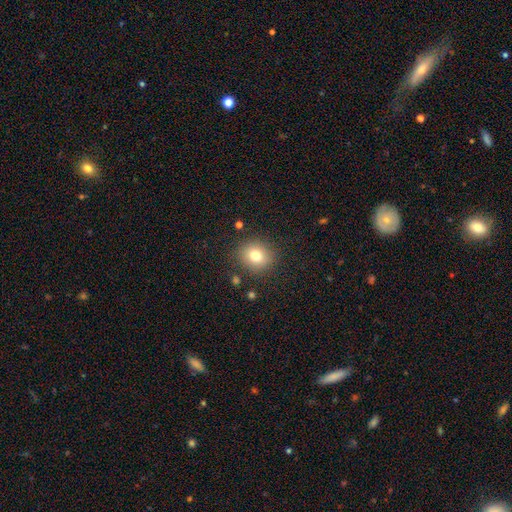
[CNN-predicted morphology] Overall: smooth (77%). How rounded: round (80%). Merging: none (87%).